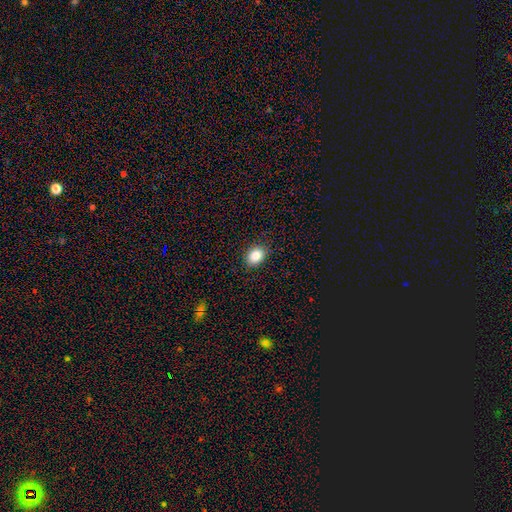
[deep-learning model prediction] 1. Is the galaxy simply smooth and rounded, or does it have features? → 85% smooth, 9% star or artifact, 6% featured or disk.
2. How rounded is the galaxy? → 61% in between, 38% round, 1% cigar-shaped.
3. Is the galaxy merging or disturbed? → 89% none, 8% minor disturbance, 2% major disturbance, 1% merger.